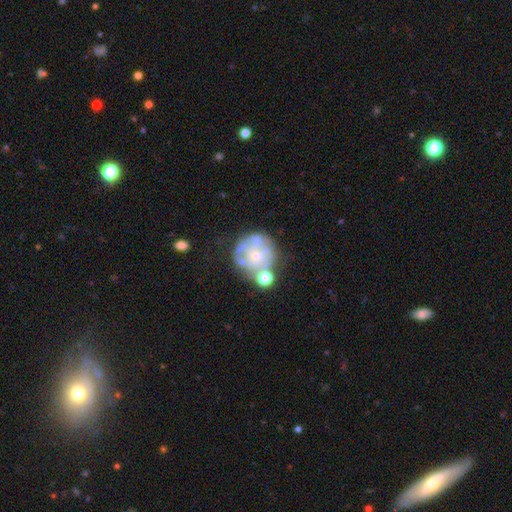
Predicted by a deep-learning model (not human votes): Overall: featured or disk (65%). Edge-on disk: no (98%). Bar: no (88%). Spiral arms: no (66%; yes 34%). Bulge size: small (63%; moderate 28%). Merging: none (45%; minor disturbance 20%).